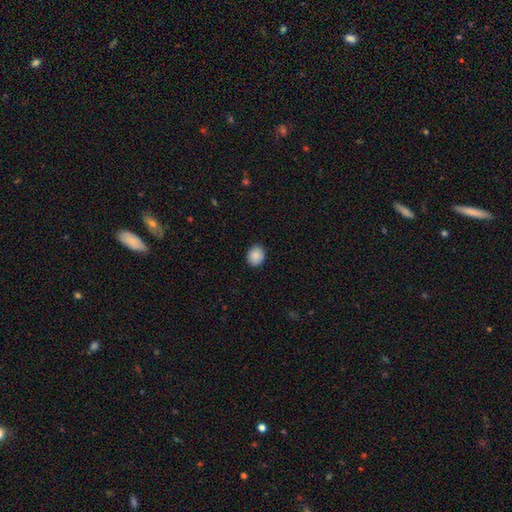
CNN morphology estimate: This appears to be a smooth galaxy with no disk features (88%) that is round (62%). Merging: none (89%).